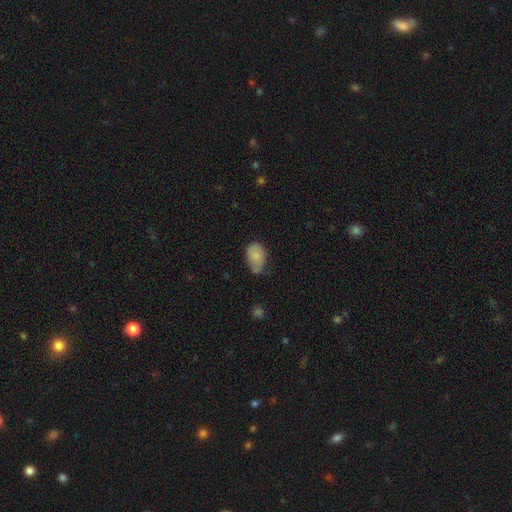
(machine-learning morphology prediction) This is clearly a smooth galaxy (82%). How rounded: clearly in between (85%). Merging: marginally minor disturbance (42%).